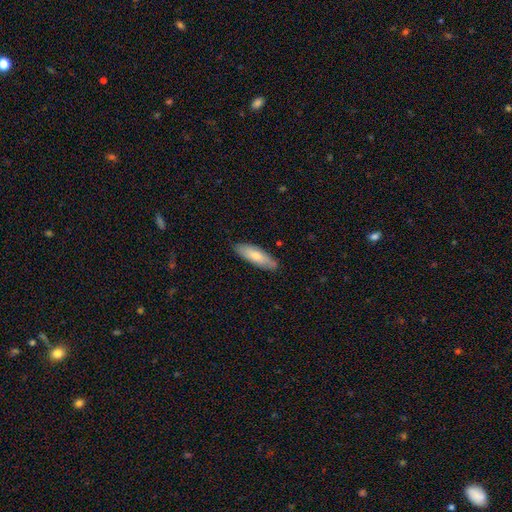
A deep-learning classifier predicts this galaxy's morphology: smooth-or-featured: smooth: 73% | featured or disk: 21% | star or artifact: 5%
  how-rounded: in between: 54% | cigar-shaped: 45% | round: 2%
  merging: none: 85% | minor disturbance: 12% | major disturbance: 2% | merger: 1%